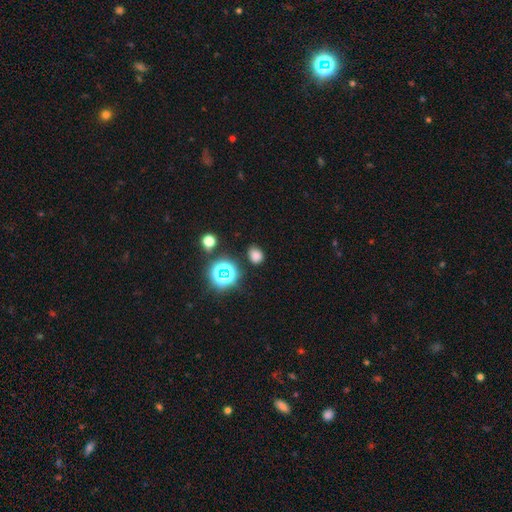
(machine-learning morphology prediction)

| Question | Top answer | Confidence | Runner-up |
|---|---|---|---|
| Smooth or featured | smooth | 71% | star or artifact (24%) |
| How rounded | in between | 53% | round (46%) |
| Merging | none | 82% | minor disturbance (12%) |